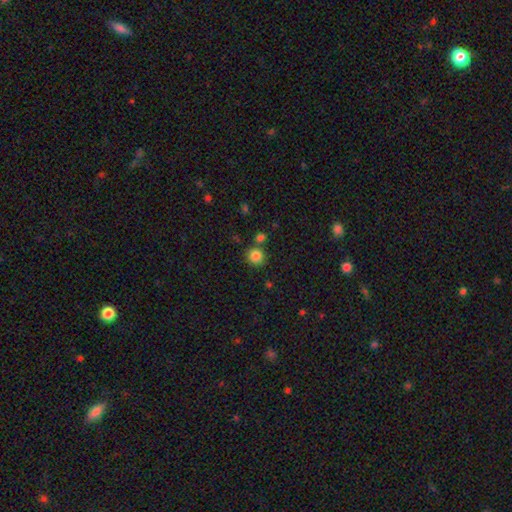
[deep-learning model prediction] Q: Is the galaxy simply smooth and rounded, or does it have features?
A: smooth — 84%.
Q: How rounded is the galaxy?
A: round — 89%.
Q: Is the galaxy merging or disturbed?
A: none — 77%.